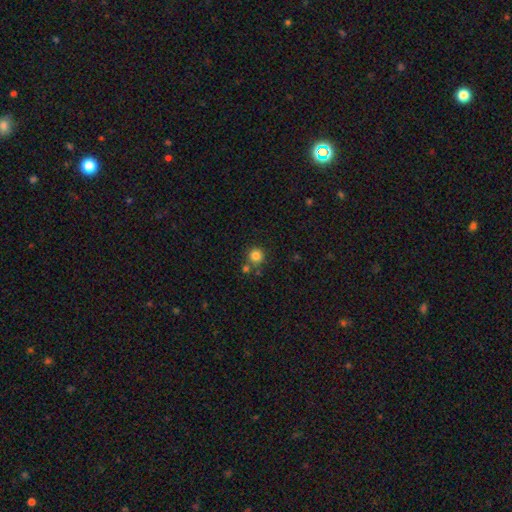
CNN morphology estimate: Q: Smooth or featured?
A: smooth (83%); runner-up: star or artifact (12%)
Q: How rounded?
A: round (94%); runner-up: in between (5%)
Q: Merging?
A: none (74%); runner-up: merger (14%)